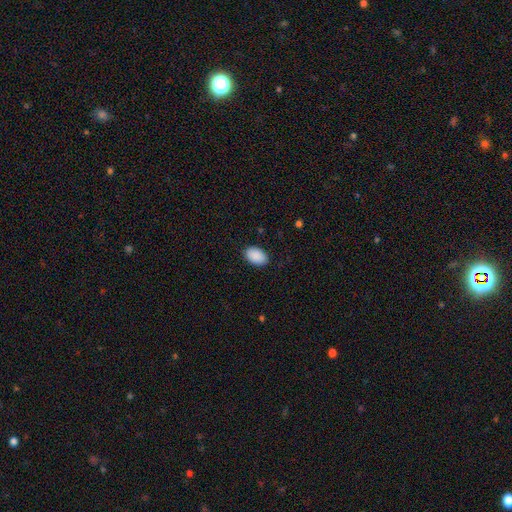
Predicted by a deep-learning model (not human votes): Q: Smooth or featured?
A: smooth (91%); runner-up: star or artifact (7%)
Q: How rounded?
A: in between (91%); runner-up: round (8%)
Q: Merging?
A: none (88%); runner-up: minor disturbance (9%)